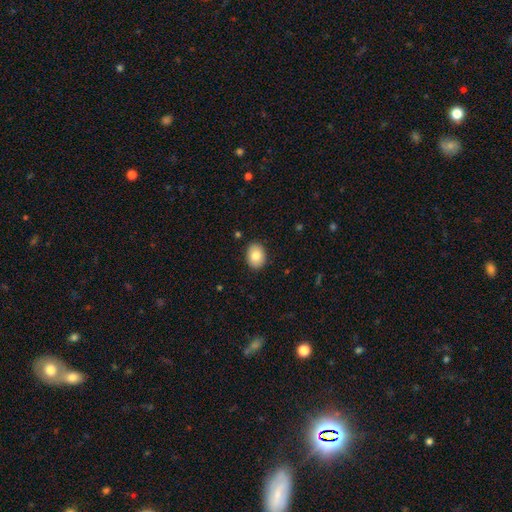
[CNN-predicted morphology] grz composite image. It shows a smooth galaxy with no disk features (84%) that is in between round and cigar-shaped (72%). Merging: none (88%).